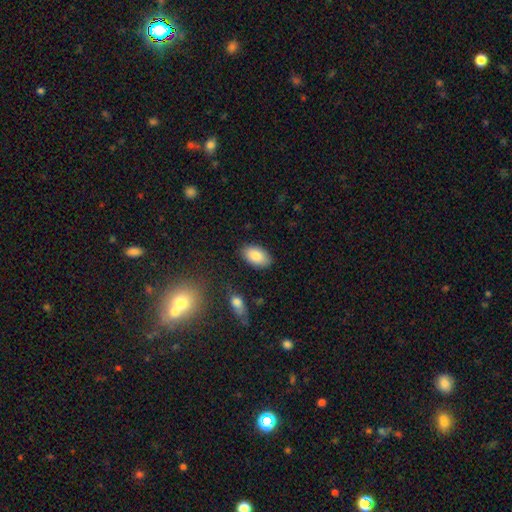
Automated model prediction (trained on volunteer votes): This is clearly a smooth galaxy (87%). How rounded: clearly in between (93%). Merging: clearly none (85%).